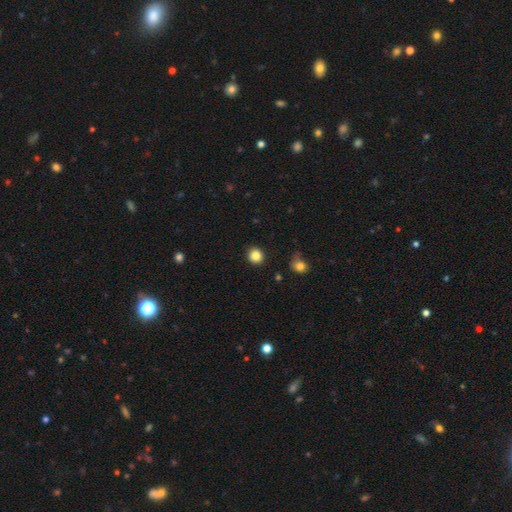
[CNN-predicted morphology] Smooth or featured? smooth (85%)
How rounded? round (83%)
Merging? none (88%)